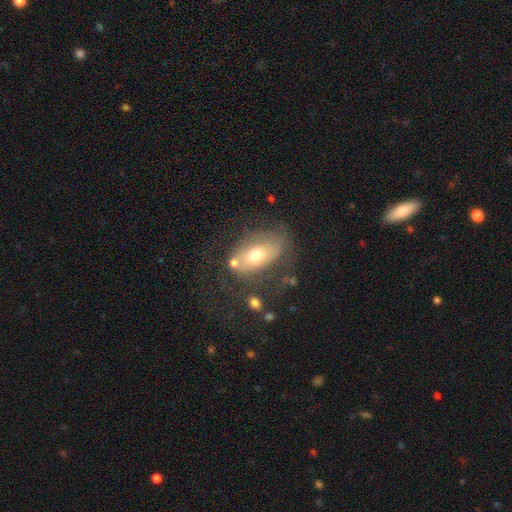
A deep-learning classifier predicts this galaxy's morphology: smooth-or-featured: smooth: 57% | featured or disk: 34% | star or artifact: 9%
  how-rounded: in between: 86% | round: 11% | cigar-shaped: 3%
  merging: none: 54% | minor disturbance: 22% | major disturbance: 16% | merger: 8%